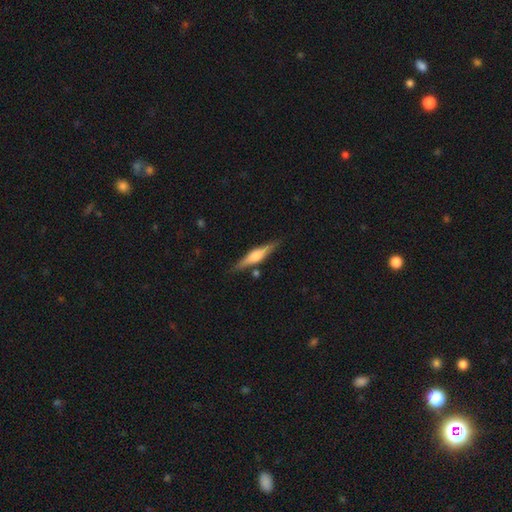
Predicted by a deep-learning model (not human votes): Smooth or featured? featured or disk (64%)
Edge-on disk? yes (96%)
Edge-on bulge? rounded (86%)
Merging? none (85%)